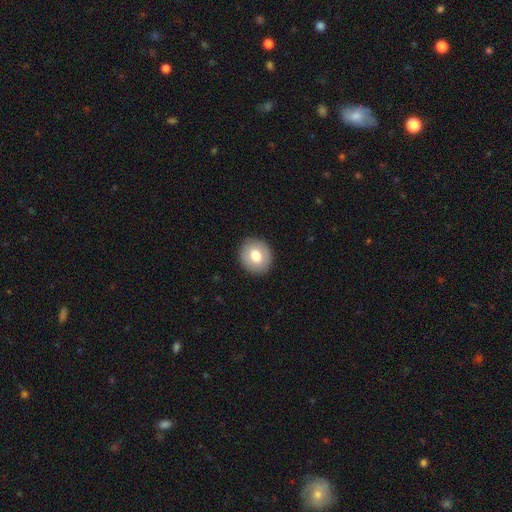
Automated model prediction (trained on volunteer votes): Smooth or featured? Predicted: smooth (p=0.73). How rounded? Predicted: round (p=0.75). Merging? Predicted: none (p=0.90).